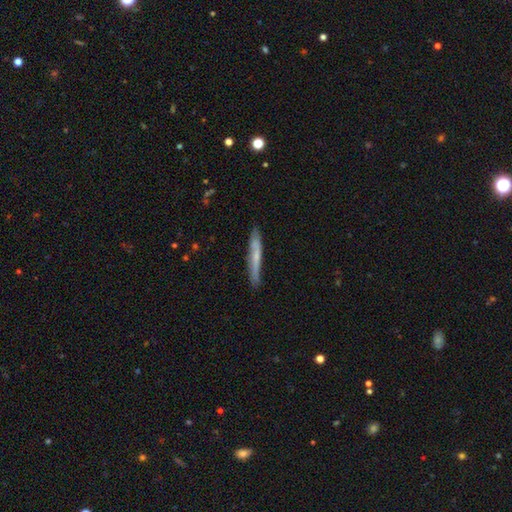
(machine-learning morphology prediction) A smooth galaxy with no disk features (50%) that is cigar-shaped (95%).

Vote fractions:
- Smooth or featured? smooth: 50% / featured or disk: 44% / star or artifact: 6%
- How rounded? cigar-shaped: 95% / in between: 3% / round: 1%
- Merging? none: 84% / minor disturbance: 12% / major disturbance: 2% / merger: 2%